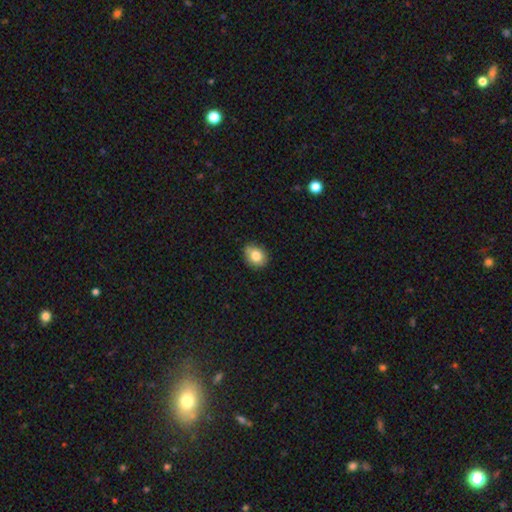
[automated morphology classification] Smooth or featured?
  - smooth: 82% *
  - featured or disk: 9%
  - star or artifact: 9%
How rounded?
  - in between: 53% *
  - round: 46%
  - cigar-shaped: 1%
Merging?
  - none: 79% *
  - minor disturbance: 17%
  - major disturbance: 2%
  - merger: 1%